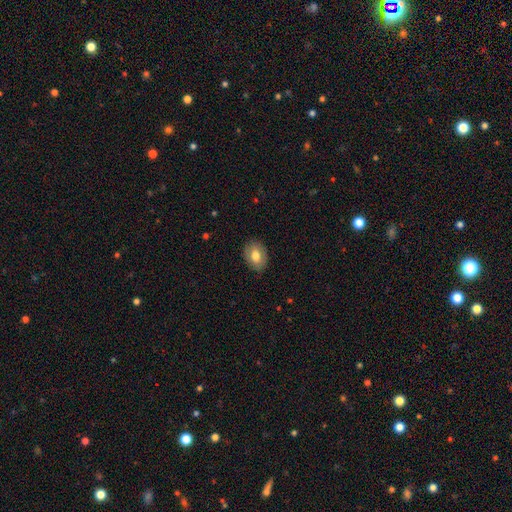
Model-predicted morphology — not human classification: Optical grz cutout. It shows a smooth galaxy with no disk features (71%) that is in between round and cigar-shaped (74%). Merging: none (85%).